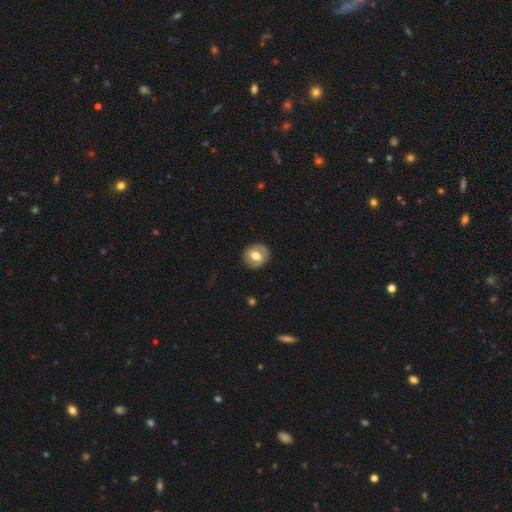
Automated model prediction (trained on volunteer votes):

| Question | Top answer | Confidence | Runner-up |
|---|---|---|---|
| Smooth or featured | smooth | 60% | featured or disk (33%) |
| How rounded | round | 81% | in between (18%) |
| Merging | none | 86% | minor disturbance (10%) |